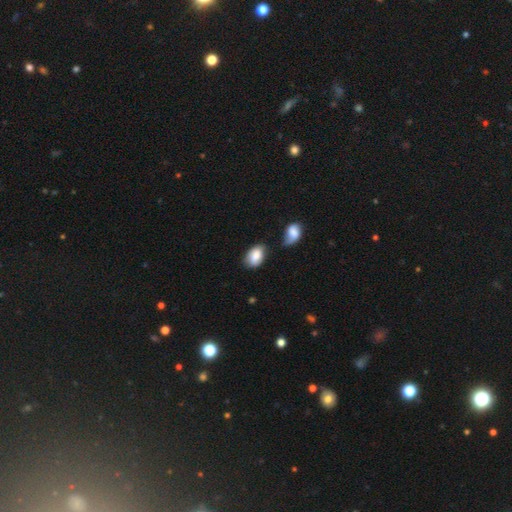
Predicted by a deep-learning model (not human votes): Smooth or featured?
  - smooth: 83% *
  - featured or disk: 10%
  - star or artifact: 7%
How rounded?
  - in between: 87% *
  - round: 11%
  - cigar-shaped: 1%
Merging?
  - none: 51% *
  - minor disturbance: 25%
  - merger: 15%
  - major disturbance: 9%